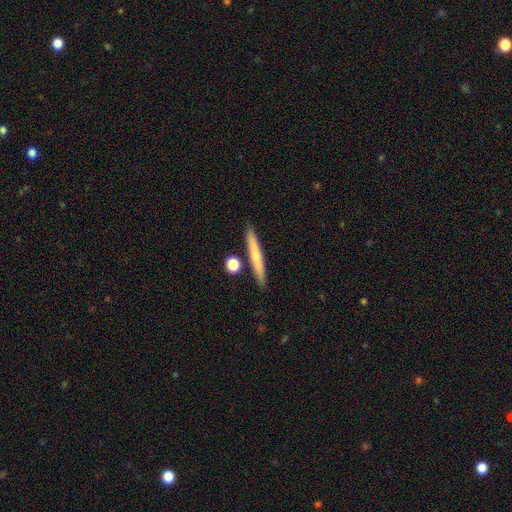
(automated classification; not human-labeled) This appears to be a smooth galaxy with no disk features (60%) that is cigar-shaped (95%). Merging: none (86%).